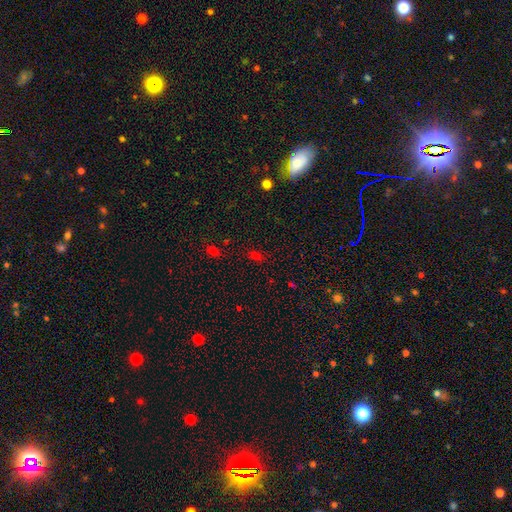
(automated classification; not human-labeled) A smooth galaxy with no disk features (61%) that is in between round and cigar-shaped (67%).

Vote fractions:
- Smooth or featured? smooth: 61% / star or artifact: 32% / featured or disk: 7%
- How rounded? in between: 67% / round: 30% / cigar-shaped: 3%
- Merging? none: 77% / minor disturbance: 14% / major disturbance: 5% / merger: 4%